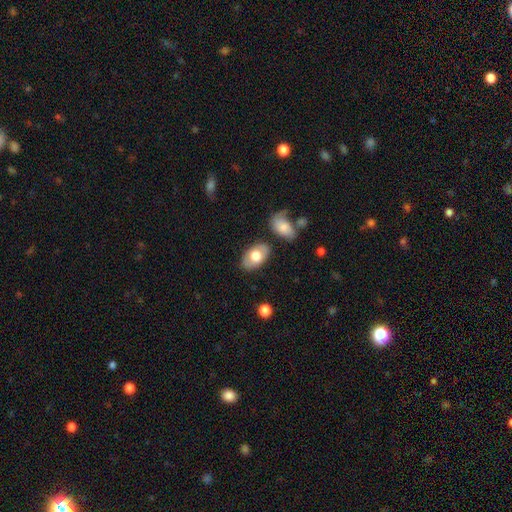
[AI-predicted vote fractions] Smooth or featured?
  - smooth: 66% *
  - featured or disk: 28%
  - star or artifact: 6%
How rounded?
  - in between: 92% *
  - round: 7%
  - cigar-shaped: 1%
Merging?
  - none: 78% *
  - minor disturbance: 13%
  - merger: 5%
  - major disturbance: 4%